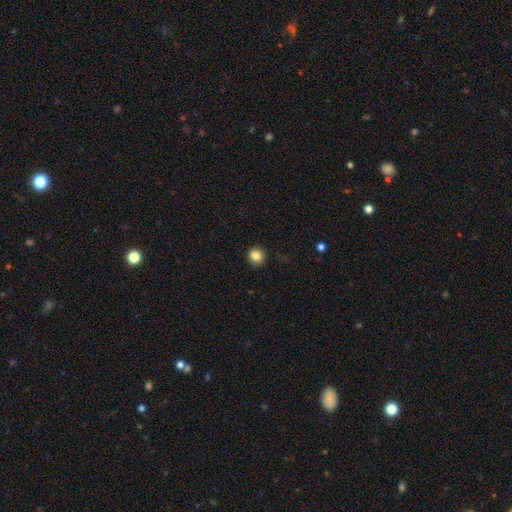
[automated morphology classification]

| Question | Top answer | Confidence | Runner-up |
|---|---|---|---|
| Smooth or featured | smooth | 84% | star or artifact (11%) |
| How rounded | round | 89% | in between (10%) |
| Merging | none | 91% | minor disturbance (6%) |